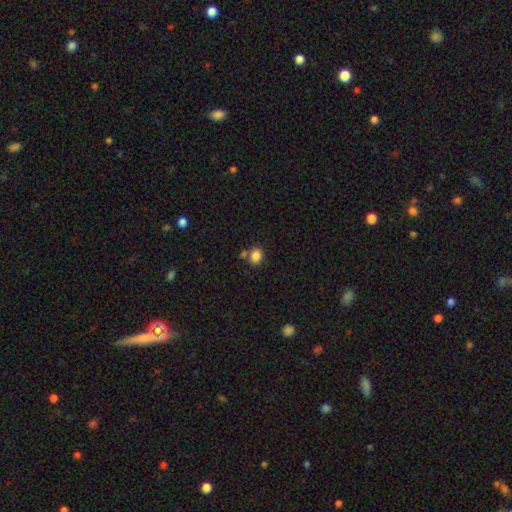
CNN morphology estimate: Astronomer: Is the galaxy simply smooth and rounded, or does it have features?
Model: smooth — 86%.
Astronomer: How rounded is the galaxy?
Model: round — 50% (runner-up: in between, 49%).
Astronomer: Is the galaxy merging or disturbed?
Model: none — 66%.